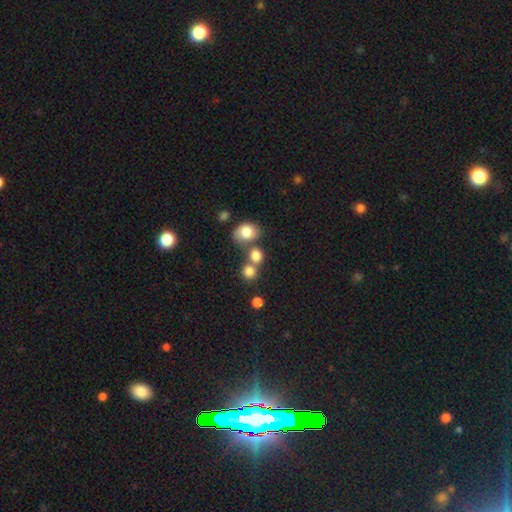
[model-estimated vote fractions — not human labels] This appears to be a smooth galaxy with no disk features (80%) that is round (76%). Merging: none (51%).